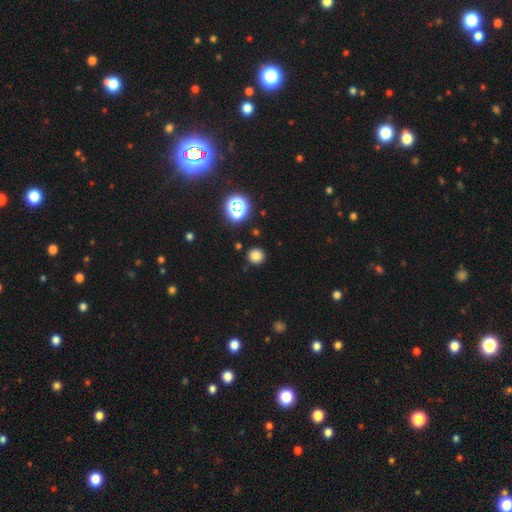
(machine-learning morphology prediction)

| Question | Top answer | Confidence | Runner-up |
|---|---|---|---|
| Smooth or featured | smooth | 79% | star or artifact (16%) |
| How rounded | round | 92% | in between (7%) |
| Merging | none | 89% | minor disturbance (6%) |